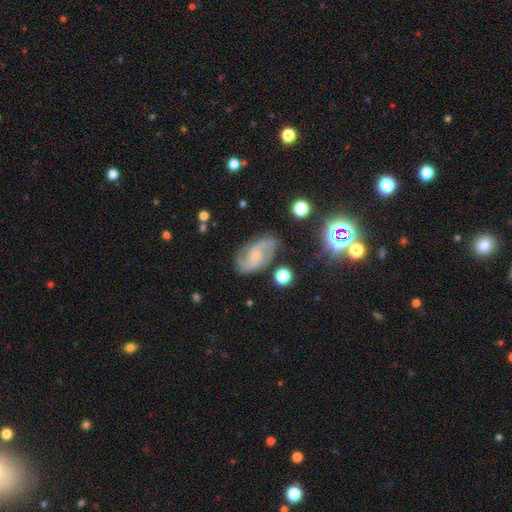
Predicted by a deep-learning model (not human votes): smooth-or-featured: featured or disk: 82% | smooth: 10% | star or artifact: 8%
  disk-edge-on: no: 97% | yes: 3%
    bar: no: 57% | weak: 36% | strong: 8%
    has-spiral-arms: yes: 97% | no: 3%
      spiral-winding: medium: 54% | tight: 28% | loose: 18%
      spiral-arm-count: 2: 83% | can't tell: 6% | 3: 6% | 1: 2% | 4: 2% | more than 4: 2%
    bulge-size: small: 70% | moderate: 19% | none: 8% | large: 1% | dominant: 1%
  merging: none: 74% | minor disturbance: 17% | major disturbance: 6% | merger: 3%